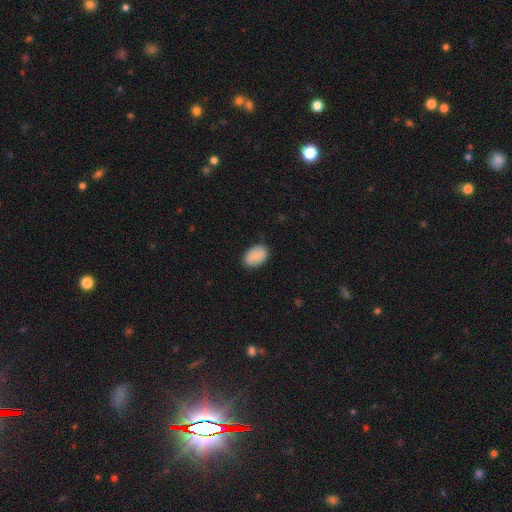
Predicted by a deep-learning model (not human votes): Smooth or featured: smooth — 88% (star or artifact — 6%)
How rounded: in between — 90% (round — 9%)
Merging: none — 84% (minor disturbance — 12%)